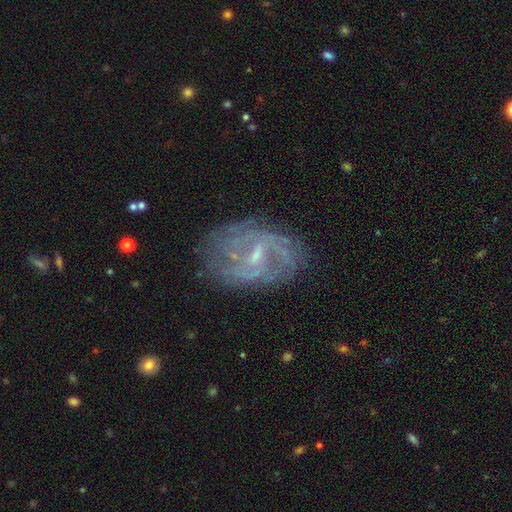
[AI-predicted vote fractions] This appears to be a featured or disk galaxy (83%) with a weak bar (60%), 2 (42%) medium (44%) spiral arms (87%) and a small central bulge (61%). Merging: none (71%).